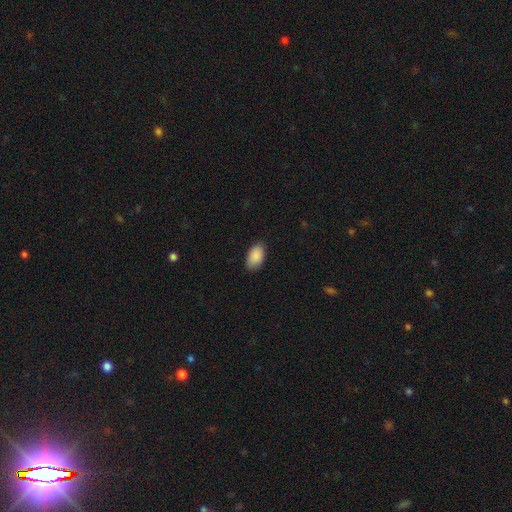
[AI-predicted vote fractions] Q: Smooth or featured?
A: smooth (90%); runner-up: star or artifact (6%)
Q: How rounded?
A: in between (94%); runner-up: round (4%)
Q: Merging?
A: none (85%); runner-up: minor disturbance (11%)